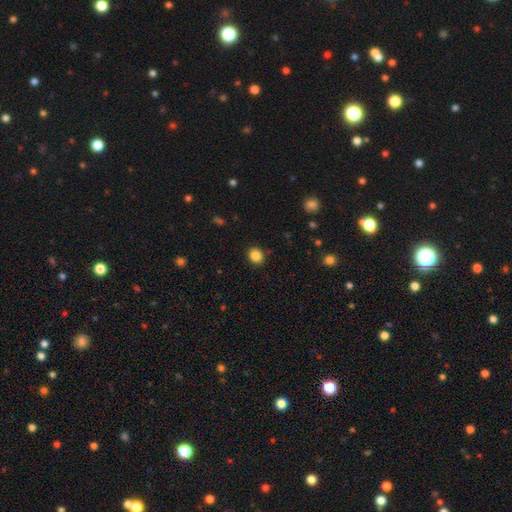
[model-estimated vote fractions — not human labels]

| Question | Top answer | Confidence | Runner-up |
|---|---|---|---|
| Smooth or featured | smooth | 85% | star or artifact (11%) |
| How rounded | round | 78% | in between (21%) |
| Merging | none | 90% | minor disturbance (7%) |